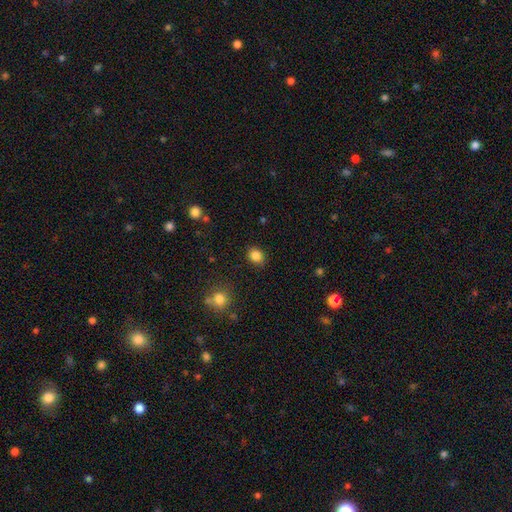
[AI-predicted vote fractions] Smooth or featured?
  - smooth: 85% *
  - star or artifact: 11%
  - featured or disk: 4%
How rounded?
  - round: 59% *
  - in between: 40%
  - cigar-shaped: 1%
Merging?
  - none: 86% *
  - minor disturbance: 10%
  - major disturbance: 3%
  - merger: 2%